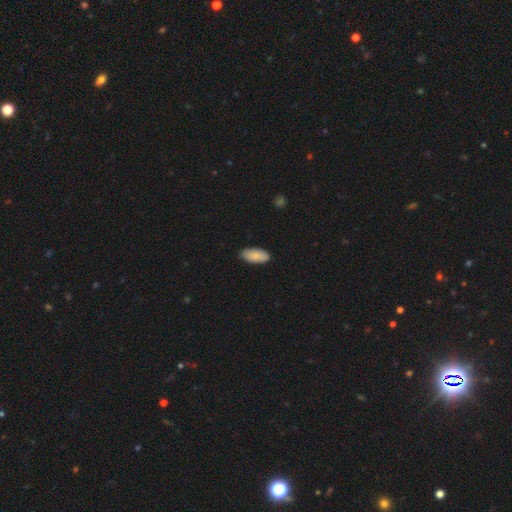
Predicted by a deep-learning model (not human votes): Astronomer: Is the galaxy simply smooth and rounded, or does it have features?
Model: smooth — 86%.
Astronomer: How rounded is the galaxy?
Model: in between — 91%.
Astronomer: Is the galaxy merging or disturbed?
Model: none — 88%.